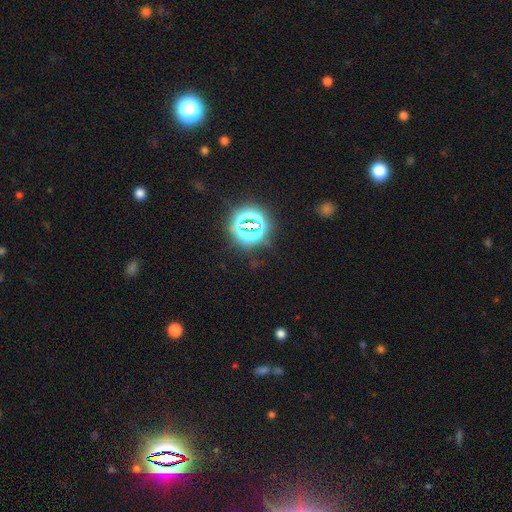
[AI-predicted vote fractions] Morphology: type=star or artifact (81%).